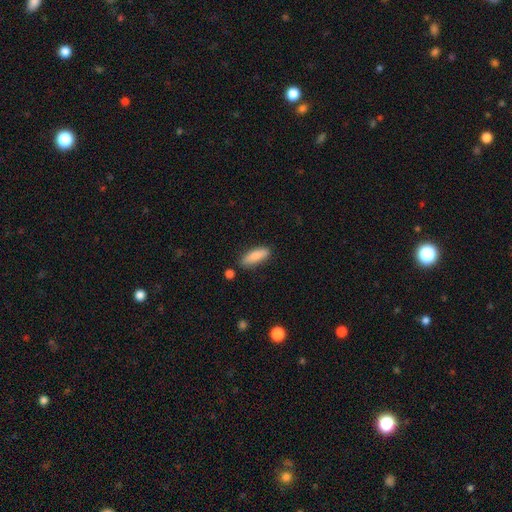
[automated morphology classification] A smooth galaxy with no disk features (84%) that is in between round and cigar-shaped (56%).

Vote fractions:
- Smooth or featured? smooth: 84% / featured or disk: 10% / star or artifact: 6%
- How rounded? in between: 56% / cigar-shaped: 42% / round: 2%
- Merging? none: 83% / minor disturbance: 12% / merger: 3% / major disturbance: 2%